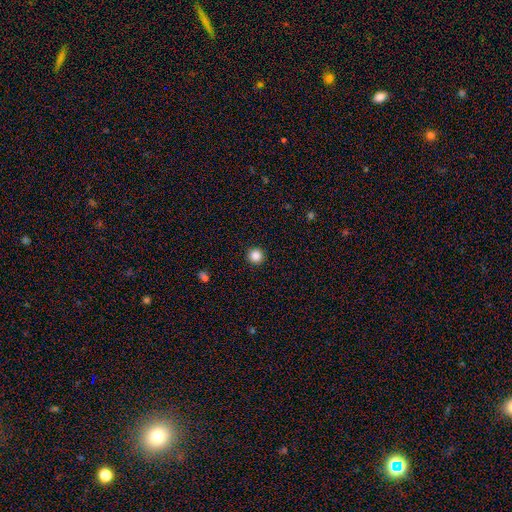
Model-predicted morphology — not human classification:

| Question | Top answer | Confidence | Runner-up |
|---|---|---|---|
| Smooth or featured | smooth | 87% | star or artifact (11%) |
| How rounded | round | 96% | in between (3%) |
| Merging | none | 93% | minor disturbance (4%) |